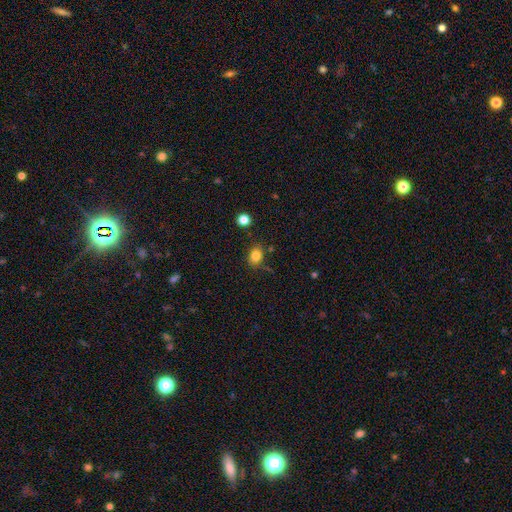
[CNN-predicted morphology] smooth 83%, star or artifact 11%, featured or disk 6%. Down the decision tree: how rounded — in between (57%); merging — none (77%).